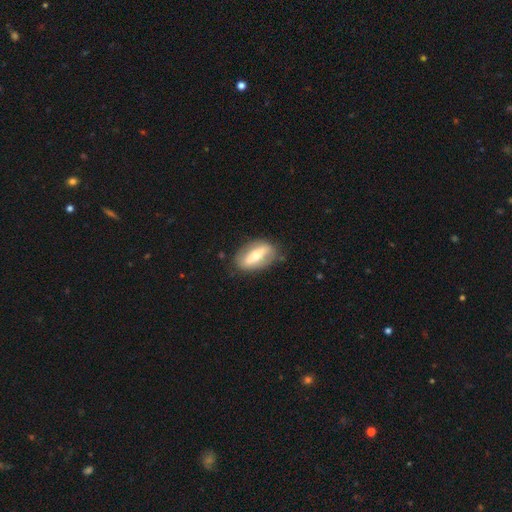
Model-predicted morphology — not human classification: Overall: featured or disk (56%; smooth 38%). Edge-on disk: no (73%). Merging: none (79%).